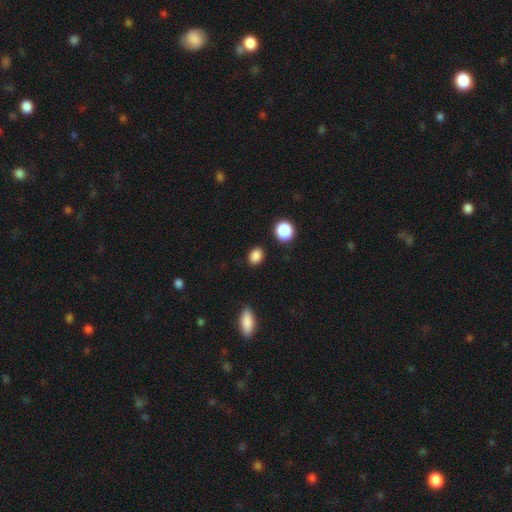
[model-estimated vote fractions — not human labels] This is clearly a smooth galaxy (86%). How rounded: possibly in between (55%). Merging: clearly none (87%).